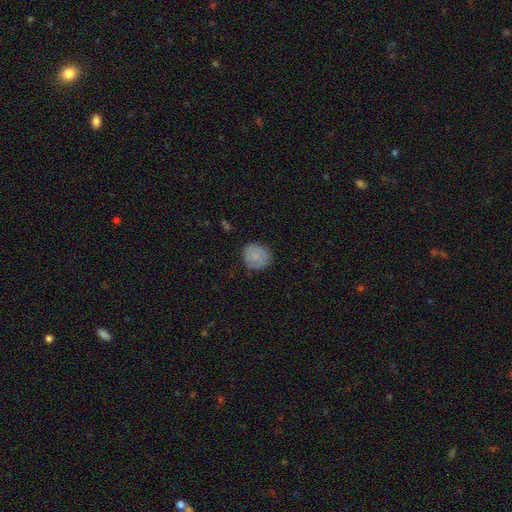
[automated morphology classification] The model was most divided on "how rounded": round: 82%, in between: 17%, cigar-shaped: 1%. More confident: merging — none (81%); smooth or featured — smooth (80%).